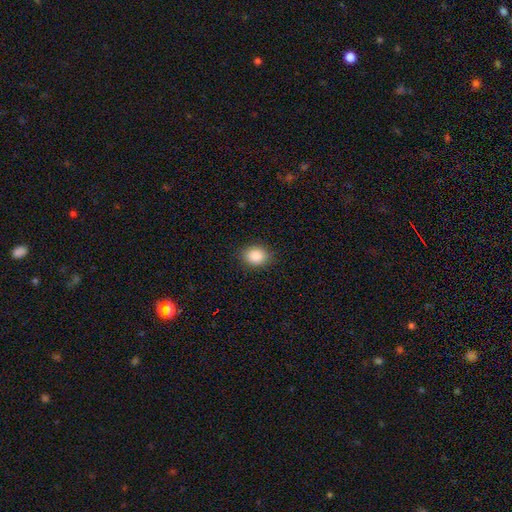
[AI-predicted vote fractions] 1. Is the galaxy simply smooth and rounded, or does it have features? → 87% smooth, 9% star or artifact, 4% featured or disk.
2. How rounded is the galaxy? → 55% in between, 44% round, 1% cigar-shaped.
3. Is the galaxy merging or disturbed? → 87% none, 9% minor disturbance, 3% major disturbance, 1% merger.